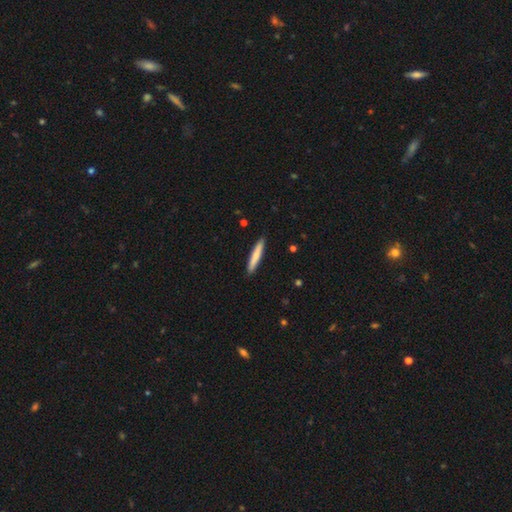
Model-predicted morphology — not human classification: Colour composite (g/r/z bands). It shows a smooth galaxy with no disk features (76%) that is cigar-shaped (94%). Merging: none (91%).